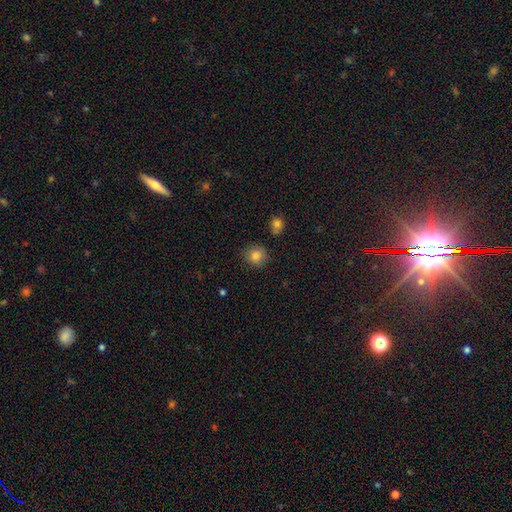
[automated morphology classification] smooth_or_featured: smooth (p=0.84) [alt: star or artifact p=0.10]
how_rounded: round (p=0.89) [alt: in between p=0.10]
merging: none (p=0.85) [alt: minor disturbance p=0.10]